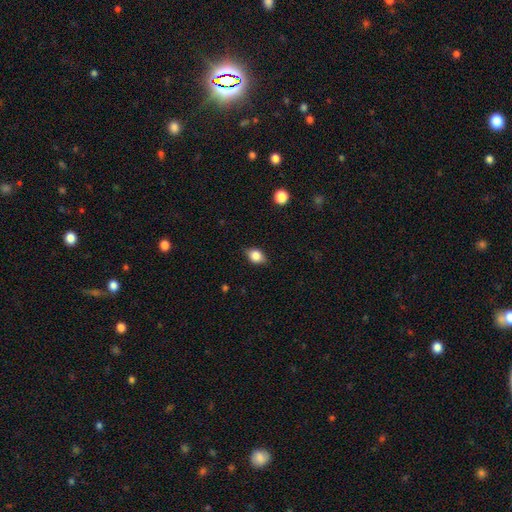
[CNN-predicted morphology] Smooth or featured: smooth — 80% (featured or disk — 11%)
How rounded: in between — 70% (round — 28%)
Merging: none — 80% (minor disturbance — 16%)